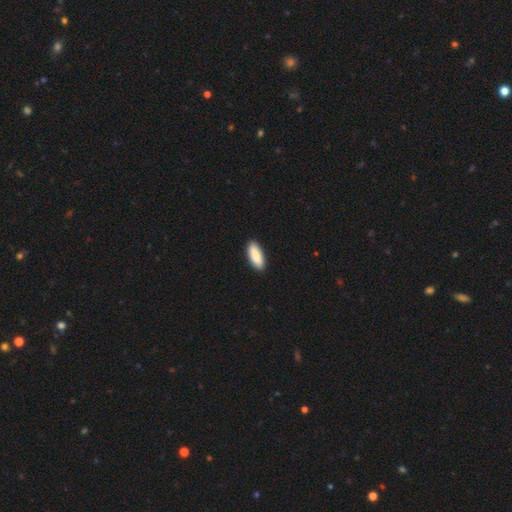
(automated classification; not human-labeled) Overall: smooth (87%). How rounded: in between (69%). Merging: none (90%).